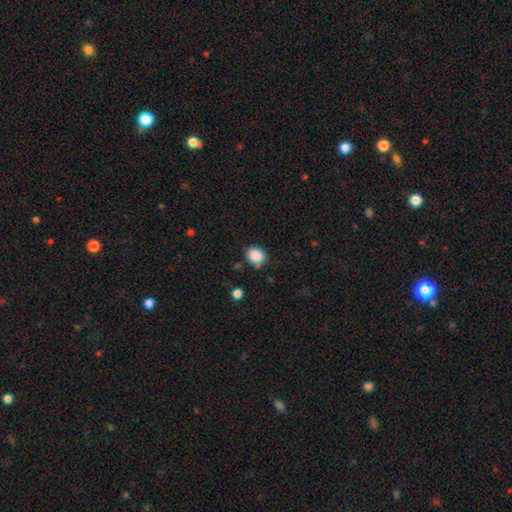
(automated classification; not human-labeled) Smooth or featured? smooth (87%)
How rounded? round (71%)
Merging? none (79%)